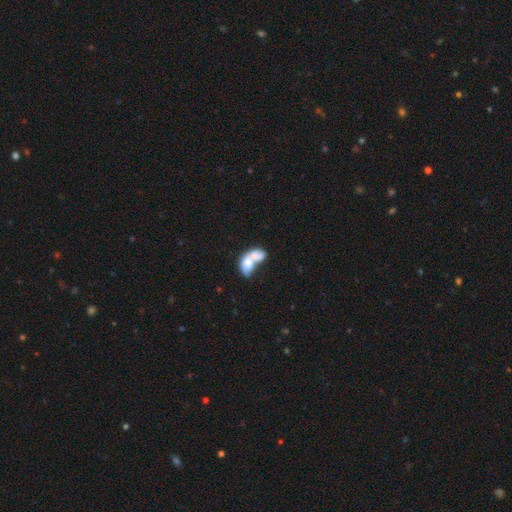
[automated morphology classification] smooth-or-featured: smooth: 65% | featured or disk: 28% | star or artifact: 7%
  how-rounded: in between: 84% | round: 14% | cigar-shaped: 3%
  merging: merger: 77% | none: 10% | major disturbance: 7% | minor disturbance: 6%